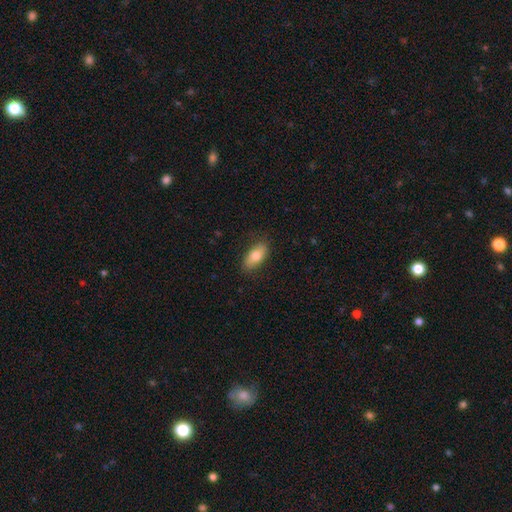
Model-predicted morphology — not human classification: Smooth or featured: smooth — 76% (featured or disk — 18%)
How rounded: in between — 87% (cigar-shaped — 10%)
Merging: none — 83% (minor disturbance — 13%)